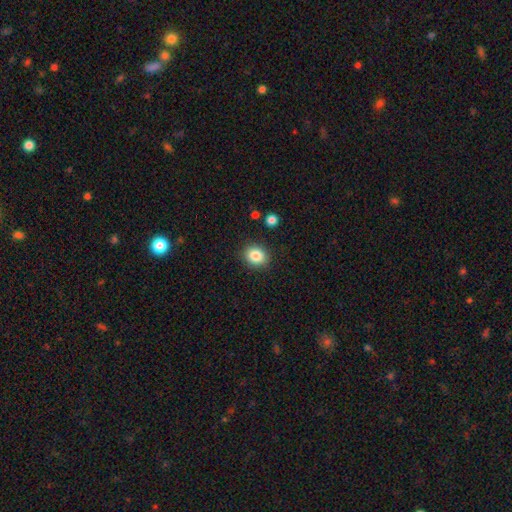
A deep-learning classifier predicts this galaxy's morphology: A smooth galaxy with no disk features (85%) that is round (62%).

Vote fractions:
- Smooth or featured? smooth: 85% / star or artifact: 9% / featured or disk: 6%
- How rounded? round: 62% / in between: 37% / cigar-shaped: 1%
- Merging? none: 88% / minor disturbance: 8% / major disturbance: 2% / merger: 2%